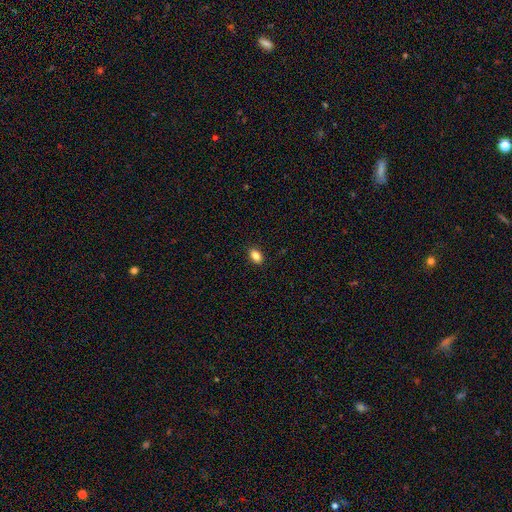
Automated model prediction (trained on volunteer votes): Smooth or featured? smooth (86%)
How rounded? in between (86%)
Merging? none (90%)